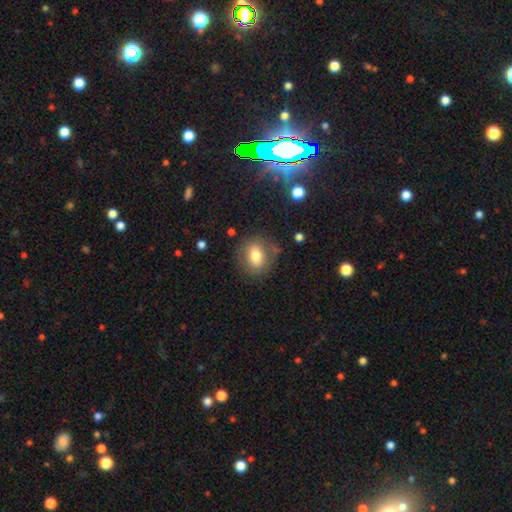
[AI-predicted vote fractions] Smooth or featured? smooth (70%)
How rounded? in between (51%)
Merging? none (75%)